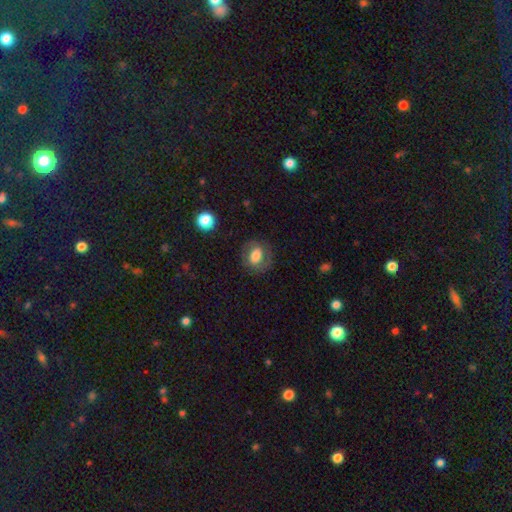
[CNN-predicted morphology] The model was most divided on "how rounded": round: 51%, in between: 48%, cigar-shaped: 1%. More confident: merging — none (77%); smooth or featured — smooth (65%).